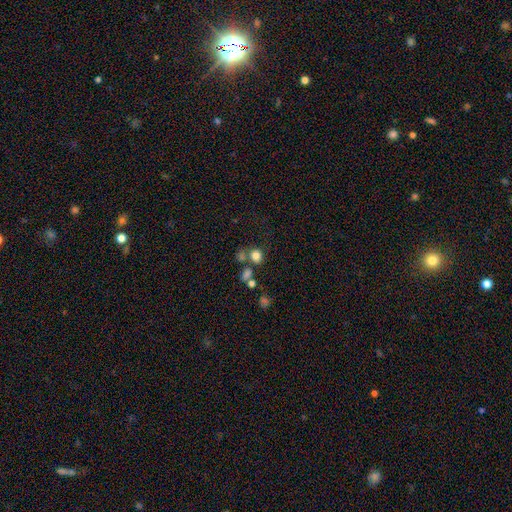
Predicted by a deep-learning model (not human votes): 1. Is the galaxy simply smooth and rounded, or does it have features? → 77% smooth, 15% star or artifact, 9% featured or disk.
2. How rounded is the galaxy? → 79% round, 20% in between, 1% cigar-shaped.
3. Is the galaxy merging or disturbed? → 57% none, 26% merger, 11% minor disturbance, 6% major disturbance.